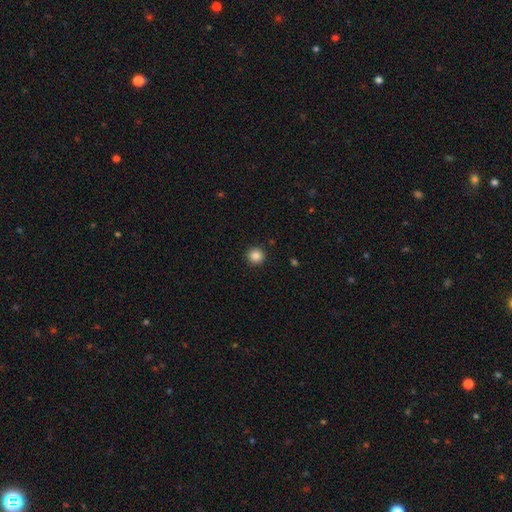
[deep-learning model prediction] Smooth or featured? smooth (86%)
How rounded? round (95%)
Merging? none (93%)